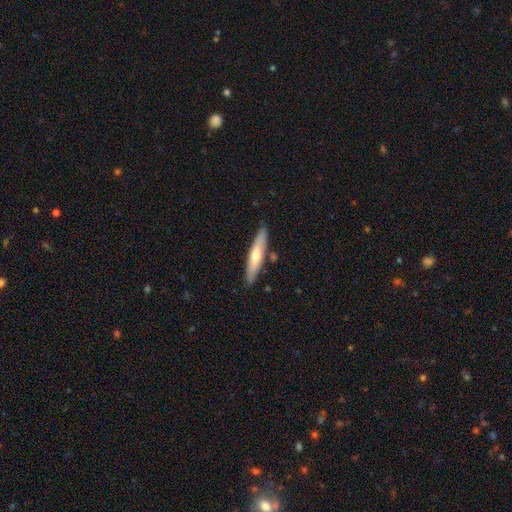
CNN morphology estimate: smooth_or_featured: smooth (p=0.54) [alt: featured or disk p=0.41]
how_rounded: cigar-shaped (p=0.87) [alt: in between p=0.12]
merging: none (p=0.84) [alt: minor disturbance p=0.10]